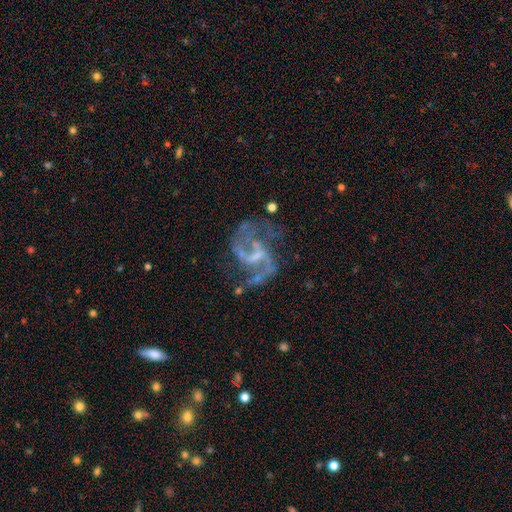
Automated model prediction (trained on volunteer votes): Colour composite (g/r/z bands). It shows a featured or disk galaxy (85%) with a weak bar (51%), 2 (81%) loose (53%) spiral arms (90%) and no central bulge (42%). Merging: none (52%).